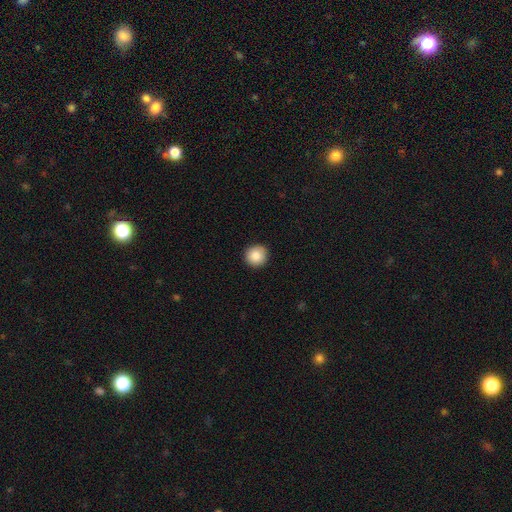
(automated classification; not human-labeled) Morphology: type=smooth (87%); roundness=round (94%); merging=none (92%).